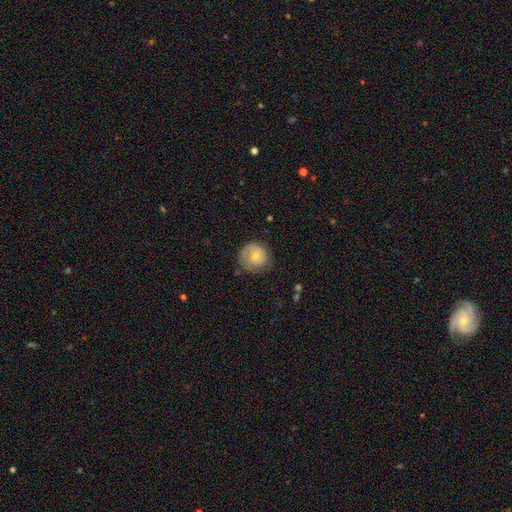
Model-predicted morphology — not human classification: Smooth or featured?
  - smooth: 66% *
  - featured or disk: 27%
  - star or artifact: 7%
How rounded?
  - round: 87% *
  - in between: 12%
  - cigar-shaped: 1%
Merging?
  - none: 67% *
  - minor disturbance: 23%
  - major disturbance: 8%
  - merger: 2%